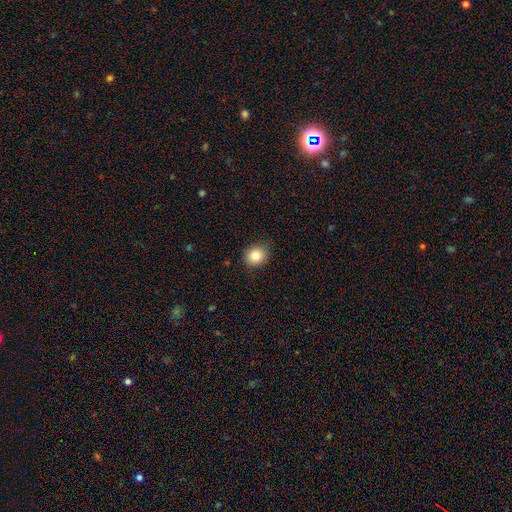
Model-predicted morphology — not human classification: This appears to be a smooth galaxy with no disk features (83%) that is round (72%). Merging: none (86%).